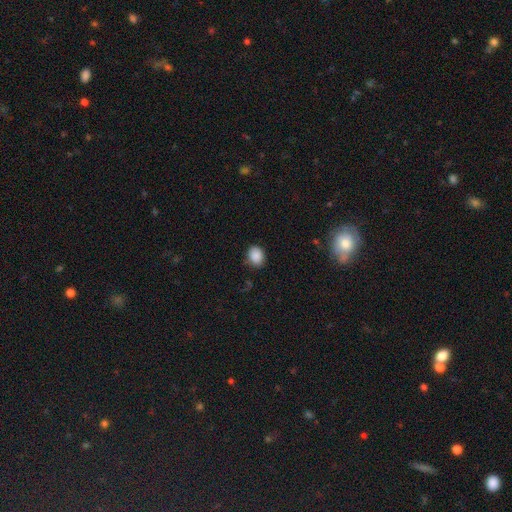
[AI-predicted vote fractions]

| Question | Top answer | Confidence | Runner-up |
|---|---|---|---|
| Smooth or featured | smooth | 88% | star or artifact (9%) |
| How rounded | in between | 51% | round (48%) |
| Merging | none | 79% | minor disturbance (16%) |